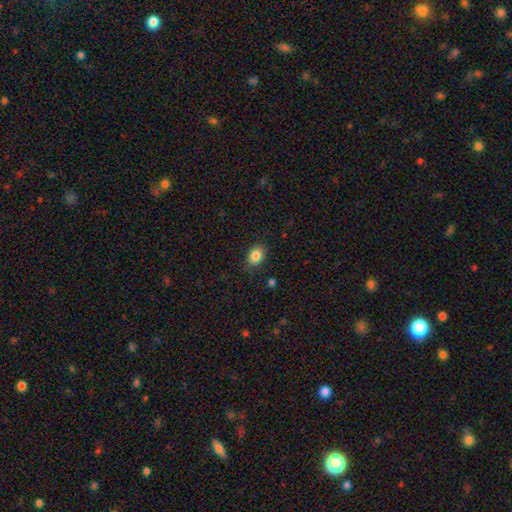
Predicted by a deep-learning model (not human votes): Smooth or featured: smooth — 85% (star or artifact — 9%)
How rounded: in between — 64% (round — 35%)
Merging: none — 85% (minor disturbance — 11%)